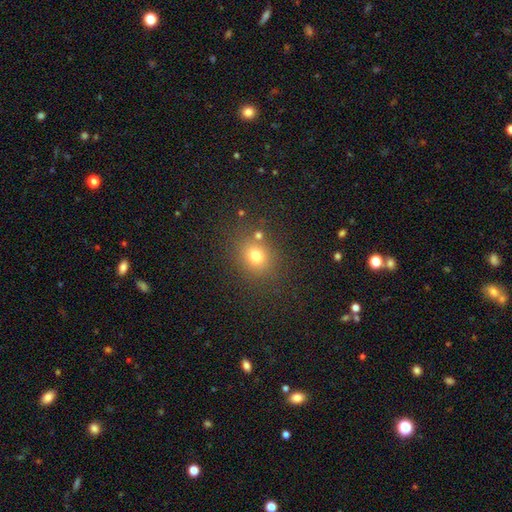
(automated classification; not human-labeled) Smooth or featured? smooth (76%)
How rounded? round (65%)
Merging? none (77%)